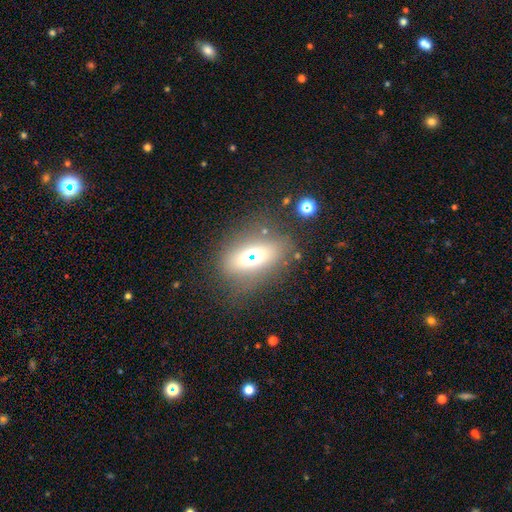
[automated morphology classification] Smooth or featured? smooth (55%)
How rounded? in between (64%)
Merging? none (75%)